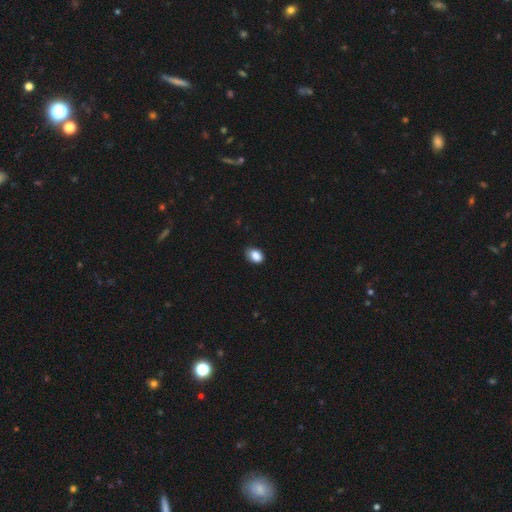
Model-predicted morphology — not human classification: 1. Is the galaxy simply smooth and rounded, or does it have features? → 87% smooth, 9% star or artifact, 4% featured or disk.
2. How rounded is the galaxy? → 74% in between, 25% round, 1% cigar-shaped.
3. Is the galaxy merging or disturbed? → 75% none, 20% minor disturbance, 3% major disturbance, 1% merger.